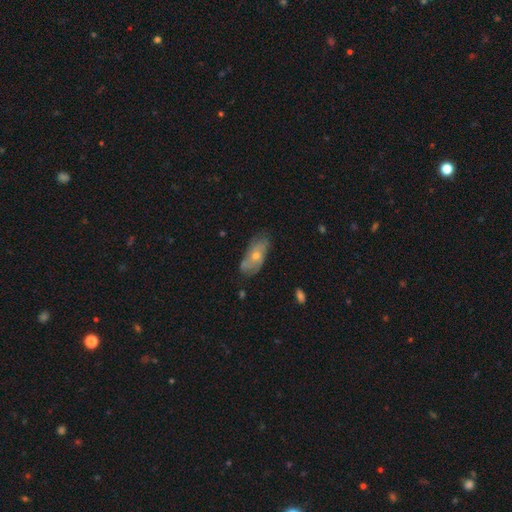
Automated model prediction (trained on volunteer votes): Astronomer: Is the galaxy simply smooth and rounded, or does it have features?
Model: featured or disk — 51% (runner-up: smooth, 40%).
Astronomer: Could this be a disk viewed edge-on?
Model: no — 84%.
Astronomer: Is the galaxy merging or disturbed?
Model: none — 69%.